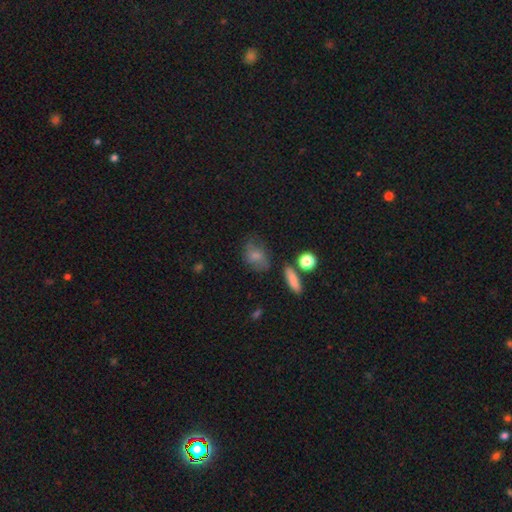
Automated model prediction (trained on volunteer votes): smooth_or_featured: smooth (p=0.72) [alt: featured or disk p=0.17]
how_rounded: in between (p=0.70) [alt: round p=0.27]
merging: none (p=0.57) [alt: minor disturbance p=0.25]